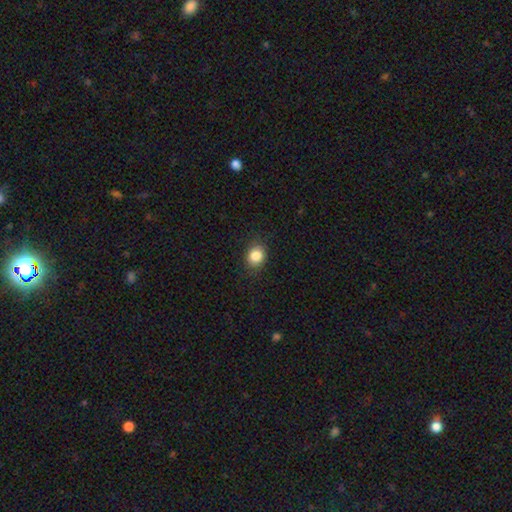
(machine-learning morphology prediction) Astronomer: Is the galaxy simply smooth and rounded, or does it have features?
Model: smooth — 86%.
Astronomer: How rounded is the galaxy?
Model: round — 65%.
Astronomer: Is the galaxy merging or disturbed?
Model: none — 85%.